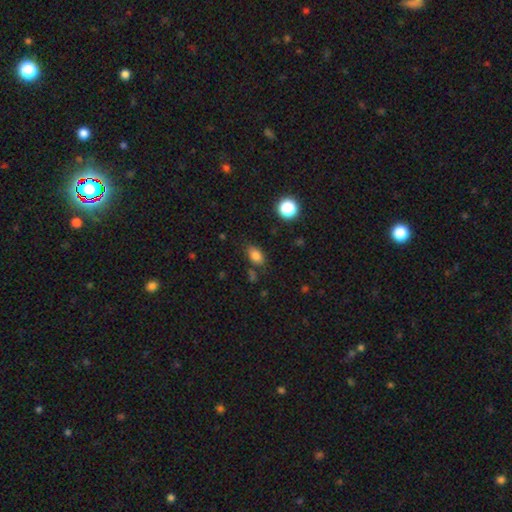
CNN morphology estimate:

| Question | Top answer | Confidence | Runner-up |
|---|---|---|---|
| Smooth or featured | smooth | 81% | star or artifact (12%) |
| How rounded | in between | 85% | round (13%) |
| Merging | none | 77% | minor disturbance (14%) |